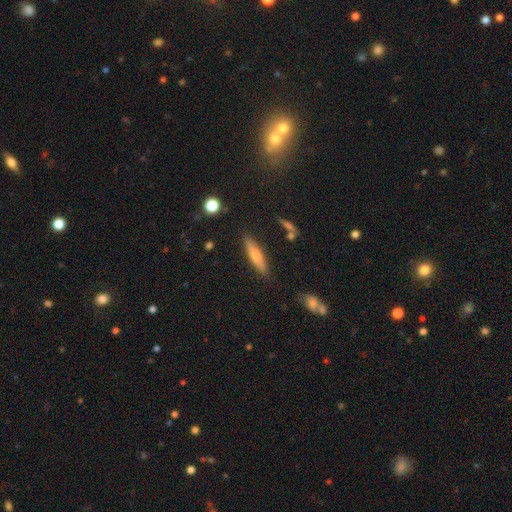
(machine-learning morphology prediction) This appears to be a smooth galaxy with no disk features (68%) that is cigar-shaped (79%). Merging: none (85%).